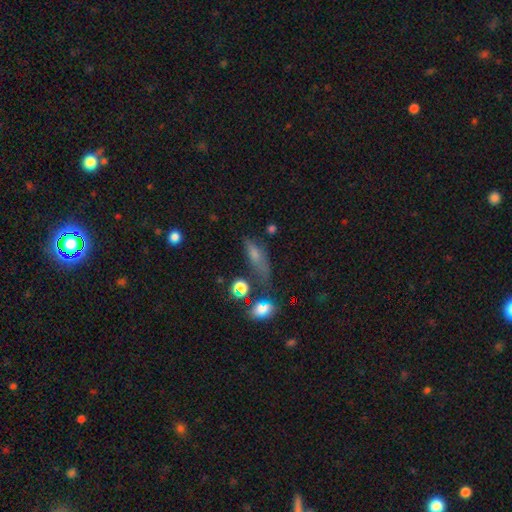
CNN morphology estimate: This appears to be a smooth galaxy with no disk features (63%) that is in between round and cigar-shaped (55%). Merging: none (46%).